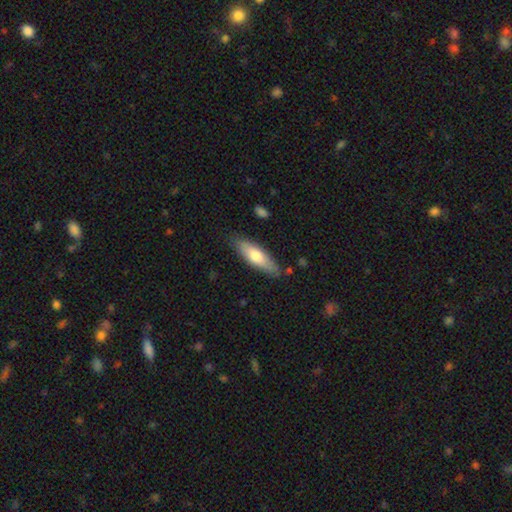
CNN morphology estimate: type=smooth (67%); roundness=cigar-shaped (53%); merging=none (83%).